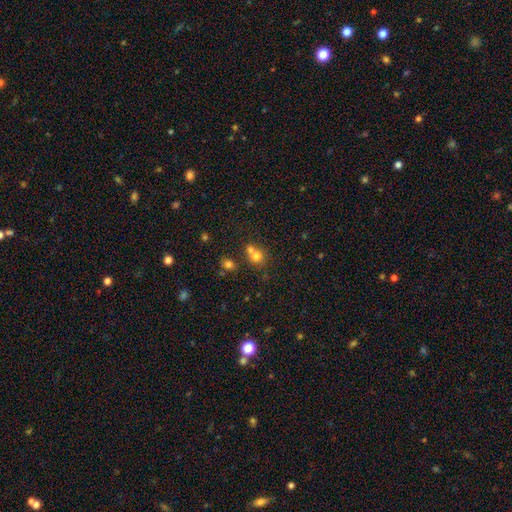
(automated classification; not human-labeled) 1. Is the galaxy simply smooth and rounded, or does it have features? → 73% smooth, 15% star or artifact, 13% featured or disk.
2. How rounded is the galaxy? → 77% round, 22% in between, 1% cigar-shaped.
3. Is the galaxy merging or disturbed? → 51% merger, 39% none, 7% minor disturbance, 3% major disturbance.